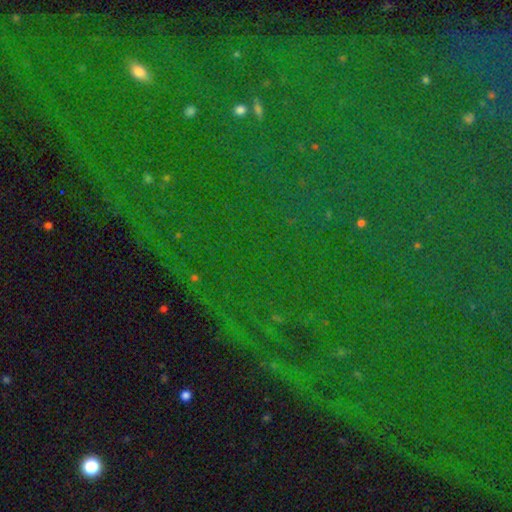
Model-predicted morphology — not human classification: smooth_or_featured: star or artifact (p=0.83) [alt: smooth p=0.09]